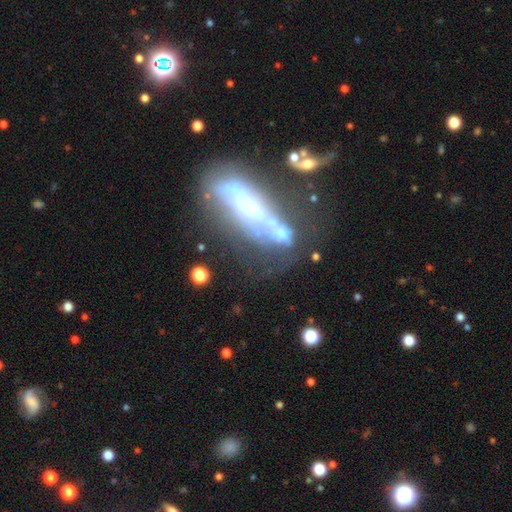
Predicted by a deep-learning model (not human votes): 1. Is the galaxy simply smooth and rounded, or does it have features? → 65% featured or disk, 23% smooth, 12% star or artifact.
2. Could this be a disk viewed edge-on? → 51% no, 49% yes.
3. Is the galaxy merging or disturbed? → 42% none, 21% major disturbance, 21% minor disturbance, 15% merger.